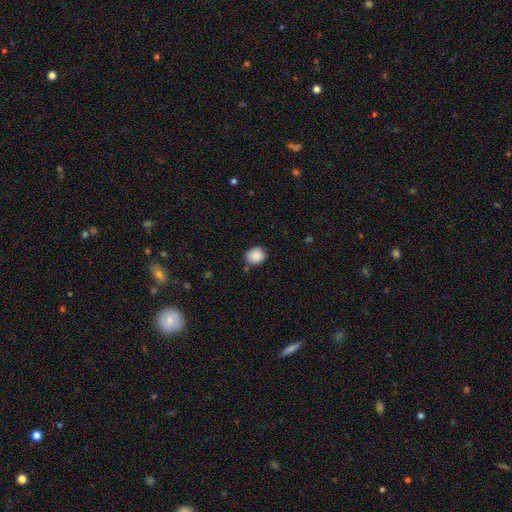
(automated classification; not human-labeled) Smooth or featured? smooth (88%)
How rounded? round (72%)
Merging? none (82%)